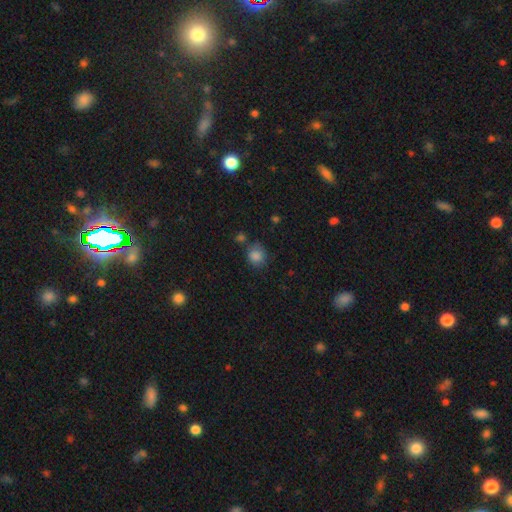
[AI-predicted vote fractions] Q: Smooth or featured?
A: smooth (83%); runner-up: star or artifact (10%)
Q: How rounded?
A: round (71%); runner-up: in between (28%)
Q: Merging?
A: none (61%); runner-up: minor disturbance (22%)